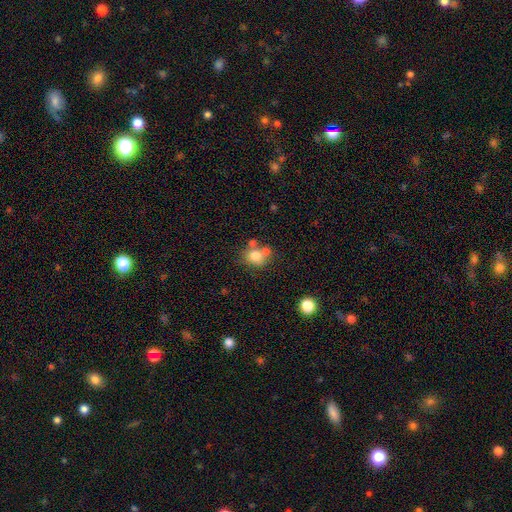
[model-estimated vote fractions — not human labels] smooth-or-featured: smooth: 75% | featured or disk: 14% | star or artifact: 12%
  how-rounded: round: 68% | in between: 31% | cigar-shaped: 1%
  merging: none: 47% | merger: 34% | minor disturbance: 13% | major disturbance: 6%